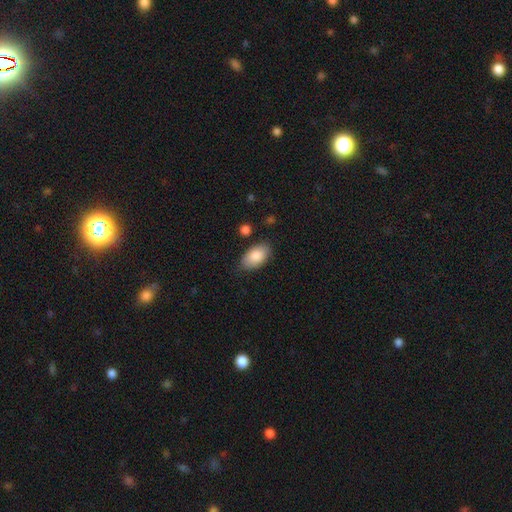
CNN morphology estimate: This is clearly a smooth galaxy (86%). How rounded: clearly in between (94%). Merging: likely none (80%).